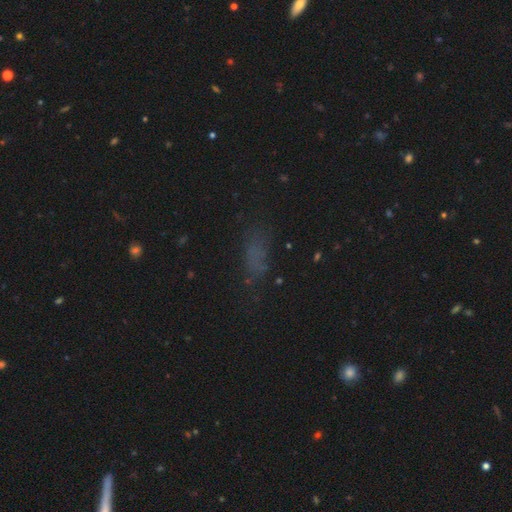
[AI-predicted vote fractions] smooth-or-featured: smooth: 59% | star or artifact: 25% | featured or disk: 15%
  how-rounded: in between: 64% | cigar-shaped: 30% | round: 6%
  merging: none: 64% | minor disturbance: 21% | major disturbance: 13% | merger: 3%